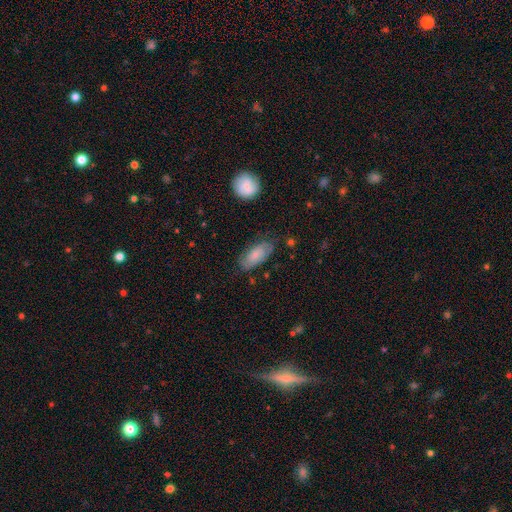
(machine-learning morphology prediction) Smooth or featured? smooth (64%)
How rounded? in between (88%)
Merging? none (70%)